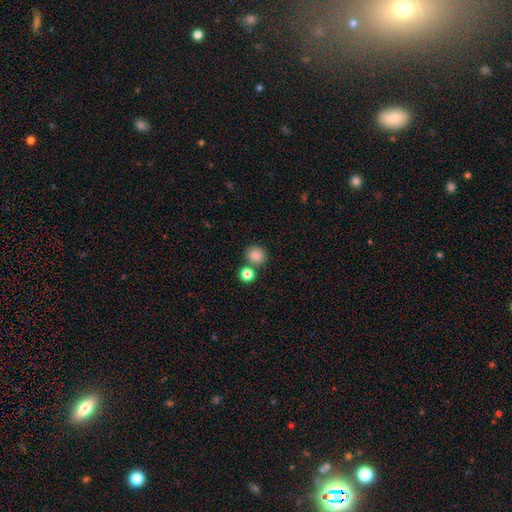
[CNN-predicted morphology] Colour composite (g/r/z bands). It shows a smooth galaxy with no disk features (83%) that is round (86%). Merging: none (74%).